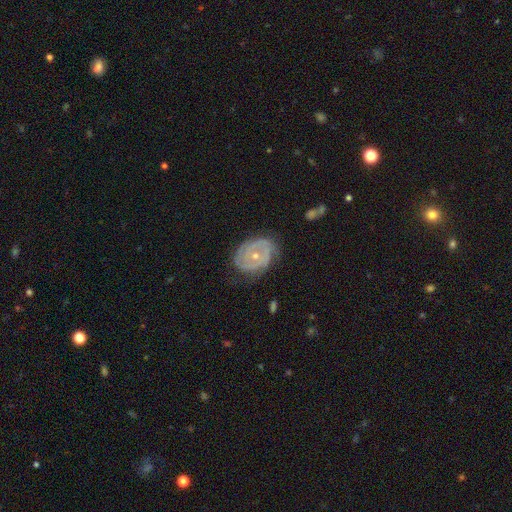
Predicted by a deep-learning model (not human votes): Smooth or featured?
  - featured or disk: 83% *
  - smooth: 11%
  - star or artifact: 6%
Edge-on disk?
  - no: 97% *
  - yes: 3%
Bar?
  - no: 72% *
  - weak: 22%
  - strong: 6%
Spiral arms?
  - yes: 92% *
  - no: 8%
Spiral winding?
  - tight: 70% *
  - medium: 24%
  - loose: 6%
Spiral arm count?
  - 2: 44% *
  - can't tell: 24%
  - 3: 19%
  - 1: 5%
  - 4: 5%
  - more than 4: 4%
Bulge size?
  - small: 58% *
  - moderate: 39%
  - none: 1%
  - large: 1%
  - dominant: 1%
Merging?
  - none: 70% *
  - minor disturbance: 22%
  - major disturbance: 7%
  - merger: 1%